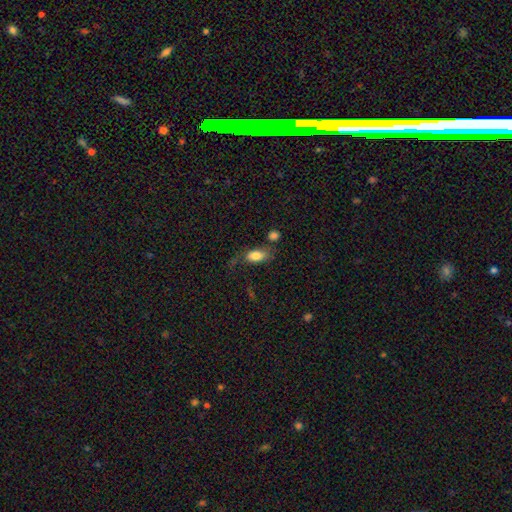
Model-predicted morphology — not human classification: smooth_or_featured: smooth (p=0.80) [alt: featured or disk p=0.12]
how_rounded: in between (p=0.89) [alt: round p=0.06]
merging: none (p=0.53) [alt: minor disturbance p=0.21]